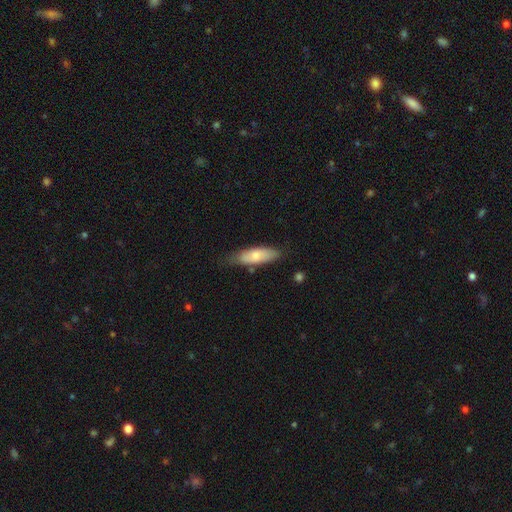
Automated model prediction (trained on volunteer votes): Q: Smooth or featured?
A: smooth (69%); runner-up: featured or disk (25%)
Q: How rounded?
A: in between (59%); runner-up: cigar-shaped (39%)
Q: Merging?
A: none (68%); runner-up: minor disturbance (24%)